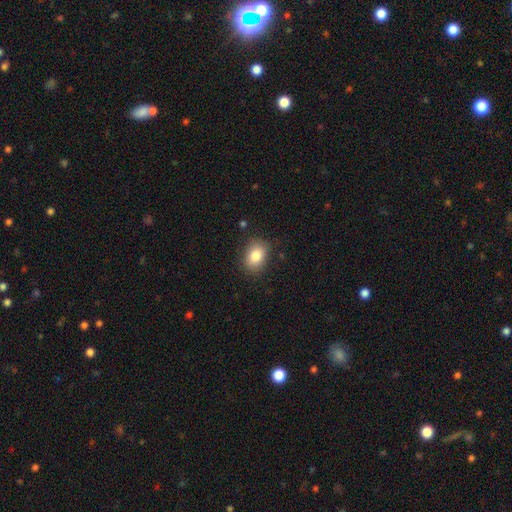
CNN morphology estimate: Smooth or featured: smooth — 84% (star or artifact — 9%)
How rounded: in between — 72% (round — 26%)
Merging: none — 83% (minor disturbance — 13%)